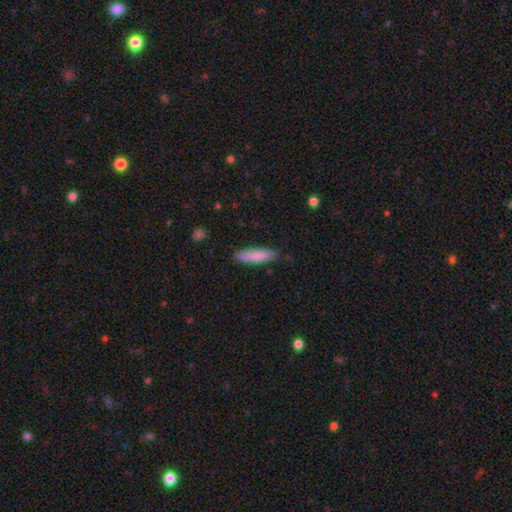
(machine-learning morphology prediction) Q: Smooth or featured?
A: smooth (85%); runner-up: featured or disk (9%)
Q: How rounded?
A: cigar-shaped (73%); runner-up: in between (26%)
Q: Merging?
A: none (83%); runner-up: minor disturbance (14%)